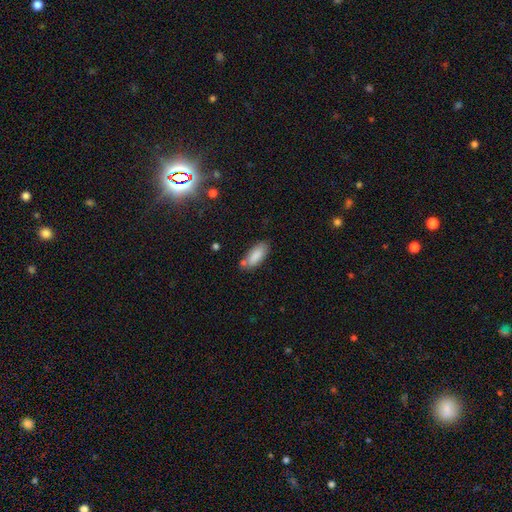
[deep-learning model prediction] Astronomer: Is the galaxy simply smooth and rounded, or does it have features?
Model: smooth — 86%.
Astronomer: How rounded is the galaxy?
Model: in between — 76%.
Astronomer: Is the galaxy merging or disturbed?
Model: none — 68%.